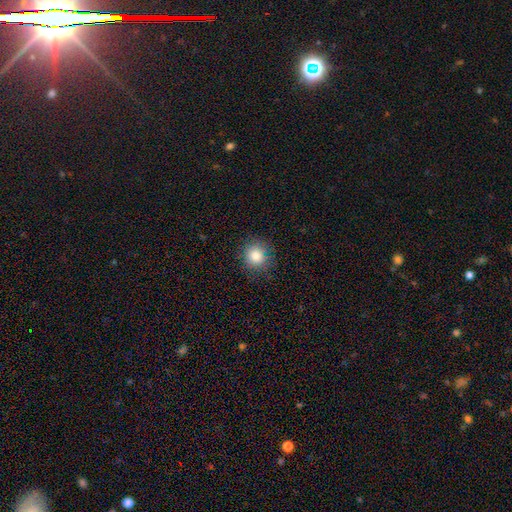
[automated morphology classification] Smooth or featured? smooth (83%)
How rounded? round (91%)
Merging? none (87%)